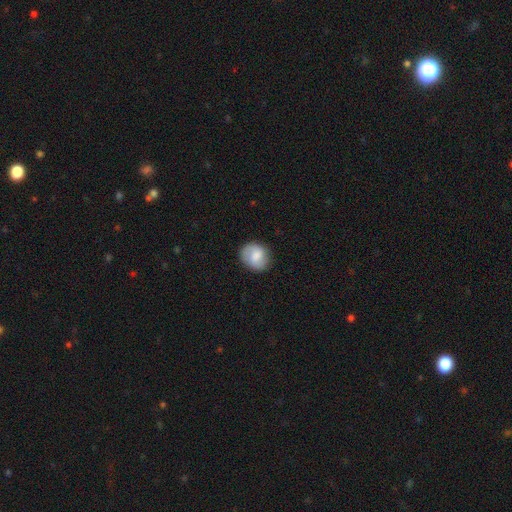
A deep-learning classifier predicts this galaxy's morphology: smooth_or_featured: smooth (p=0.71) [alt: featured or disk p=0.22]
how_rounded: round (p=0.69) [alt: in between p=0.30]
merging: none (p=0.81) [alt: minor disturbance p=0.14]